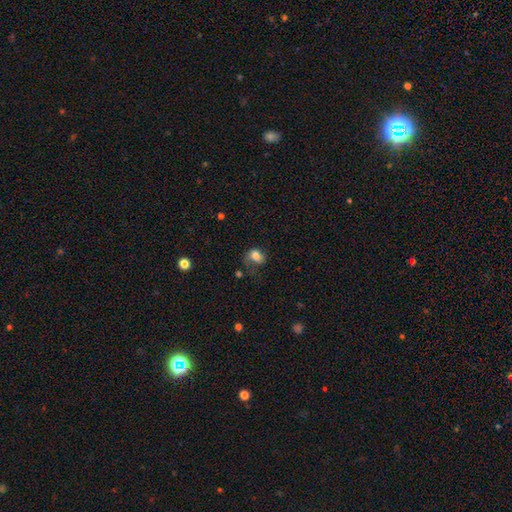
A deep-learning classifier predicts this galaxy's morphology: Smooth or featured? smooth (75%)
How rounded? in between (67%)
Merging? none (34%)